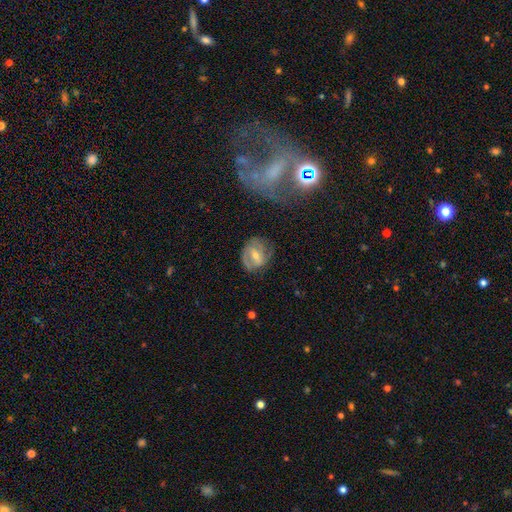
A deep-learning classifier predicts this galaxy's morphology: smooth-or-featured: featured or disk: 66% | smooth: 25% | star or artifact: 9%
  disk-edge-on: no: 95% | yes: 5%
    bar: weak: 45% | strong: 30% | no: 25%
    has-spiral-arms: yes: 74% | no: 26%
    bulge-size: moderate: 49% | small: 46% | none: 3% | large: 2% | dominant: 1%
  merging: none: 69% | minor disturbance: 19% | major disturbance: 9% | merger: 3%